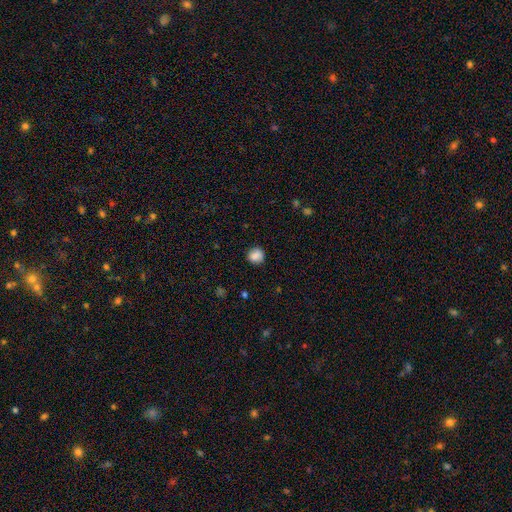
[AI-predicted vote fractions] Smooth or featured? Predicted: smooth (p=0.84). How rounded? Predicted: round (p=0.84). Merging? Predicted: none (p=0.82).